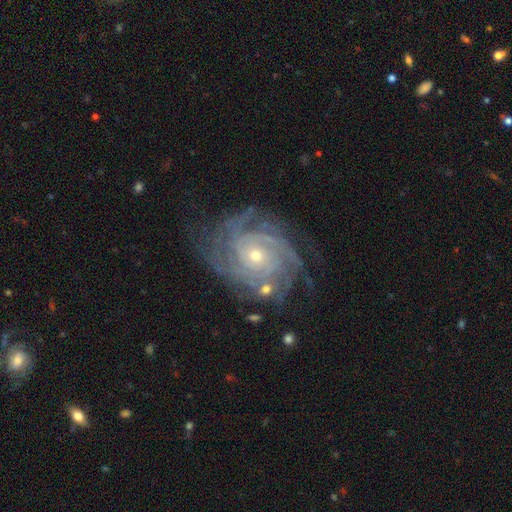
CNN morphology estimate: smooth_or_featured: featured or disk (p=0.89) [alt: star or artifact p=0.06]
disk_edge_on: no (p=0.97) [alt: yes p=0.03]
bar: no (p=0.79) [alt: weak p=0.16]
has_spiral_arms: yes (p=0.97) [alt: no p=0.03]
spiral_winding: tight (p=0.77) [alt: medium p=0.19]
spiral_arm_count: 4 (p=0.25) [alt: can't tell p=0.24]
bulge_size: small (p=0.64) [alt: moderate p=0.33]
merging: none (p=0.71) [alt: minor disturbance p=0.18]